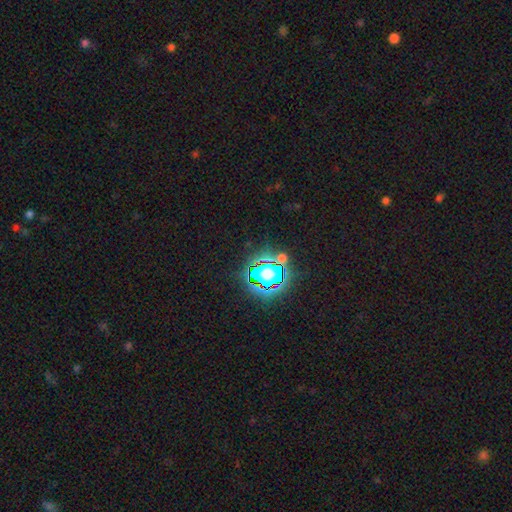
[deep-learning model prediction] Overall: star or artifact (81%).